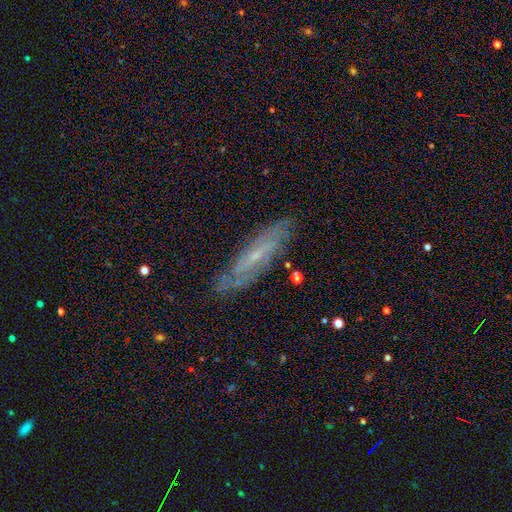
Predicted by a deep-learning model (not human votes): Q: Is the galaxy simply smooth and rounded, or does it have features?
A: featured or disk — 62%.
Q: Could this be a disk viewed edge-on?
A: no — 57%.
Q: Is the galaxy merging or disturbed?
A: none — 82%.